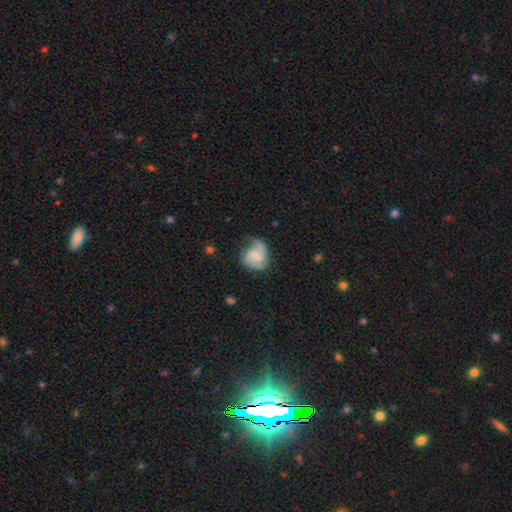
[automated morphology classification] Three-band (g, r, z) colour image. It shows a featured or disk galaxy (68%) with a weak bar (49%), 2 (70%) medium (47%) spiral arms (92%) and a moderate central bulge (46%). Merging: none (53%).